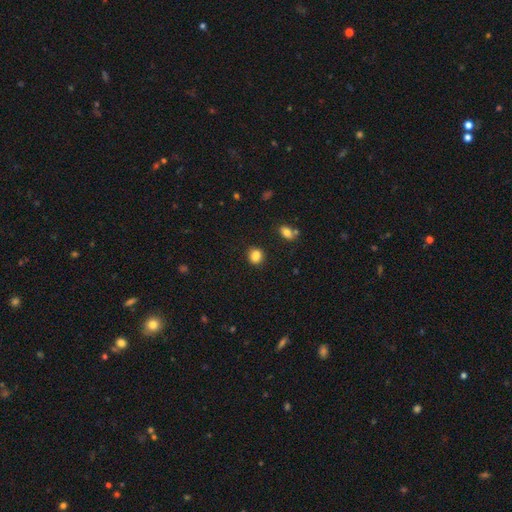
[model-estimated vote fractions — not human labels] Q: Smooth or featured?
A: smooth (83%); runner-up: star or artifact (11%)
Q: How rounded?
A: round (59%); runner-up: in between (40%)
Q: Merging?
A: none (71%); runner-up: minor disturbance (13%)